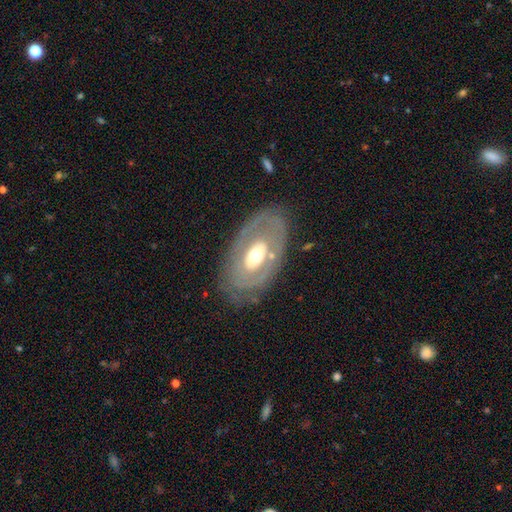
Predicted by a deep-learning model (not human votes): A featured or disk galaxy (68%) with no bar (77%), no spiral arms (71%) and a moderate central bulge (65%).

Vote fractions:
- Smooth or featured? featured or disk: 68% / smooth: 27% / star or artifact: 6%
- Edge-on disk? no: 91% / yes: 9%
- Bar? no: 77% / weak: 16% / strong: 7%
- Spiral arms? no: 71% / yes: 29%
- Bulge size? moderate: 65% / small: 19% / large: 13% / dominant: 2% / none: 1%
- Merging? none: 75% / minor disturbance: 15% / major disturbance: 8% / merger: 2%